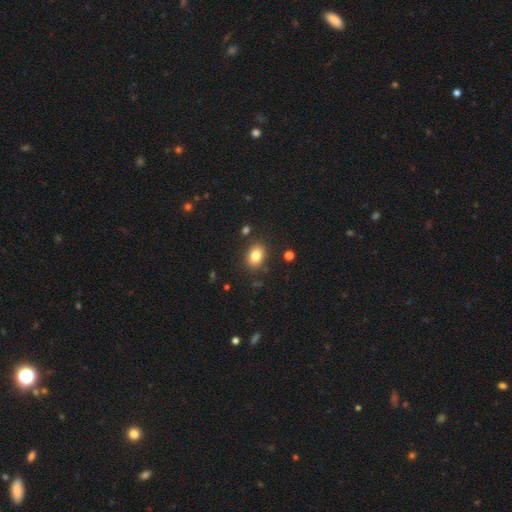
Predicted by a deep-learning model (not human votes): Smooth or featured?
  - smooth: 82% *
  - star or artifact: 10%
  - featured or disk: 8%
How rounded?
  - in between: 70% *
  - round: 29%
  - cigar-shaped: 1%
Merging?
  - none: 85% *
  - minor disturbance: 10%
  - merger: 3%
  - major disturbance: 3%